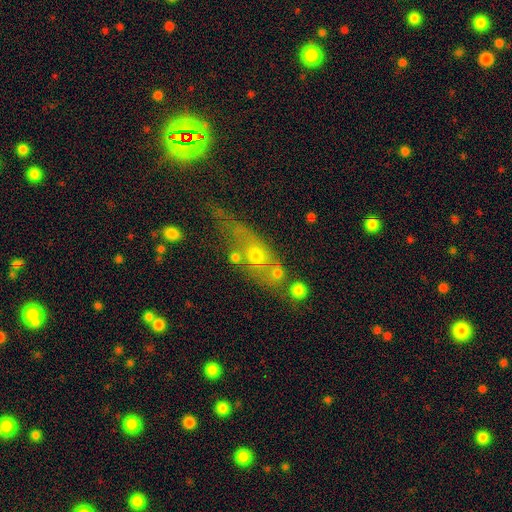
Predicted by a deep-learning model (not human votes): This appears to be a smooth galaxy with no disk features (48%). Merging: none (37%).